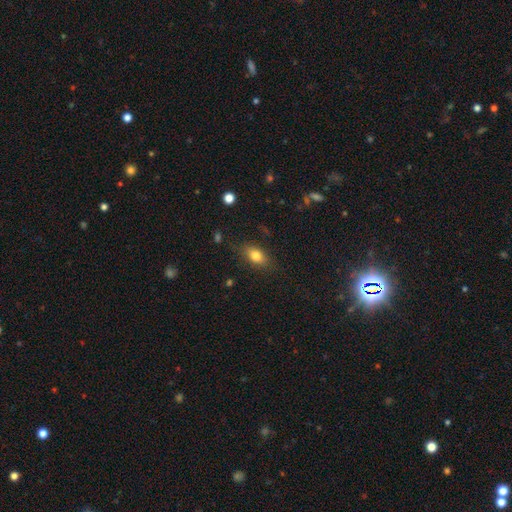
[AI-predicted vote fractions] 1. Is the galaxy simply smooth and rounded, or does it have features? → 80% smooth, 11% featured or disk, 9% star or artifact.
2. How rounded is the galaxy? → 82% in between, 13% round, 6% cigar-shaped.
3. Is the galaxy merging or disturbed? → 81% none, 14% minor disturbance, 4% major disturbance, 1% merger.